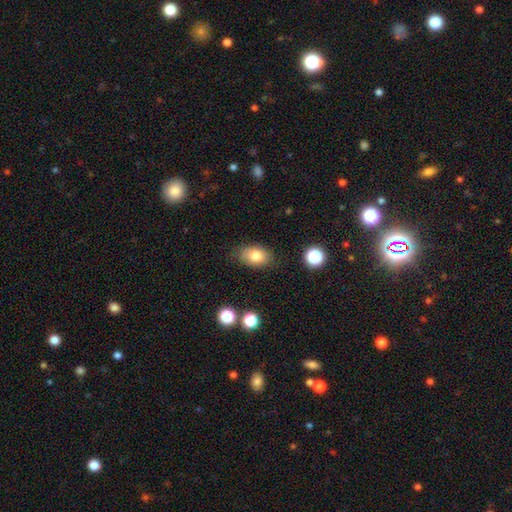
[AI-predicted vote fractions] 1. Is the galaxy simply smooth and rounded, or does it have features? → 79% smooth, 11% featured or disk, 9% star or artifact.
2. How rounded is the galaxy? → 81% in between, 18% round, 1% cigar-shaped.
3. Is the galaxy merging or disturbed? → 78% none, 17% minor disturbance, 4% major disturbance, 2% merger.